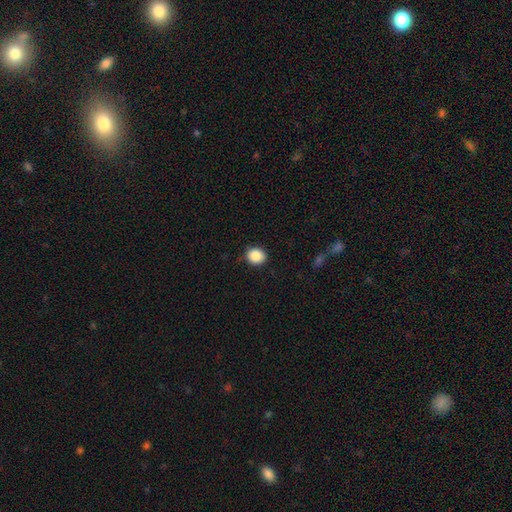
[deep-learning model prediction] This appears to be a smooth galaxy with no disk features (88%) that is round (71%). Merging: none (89%).